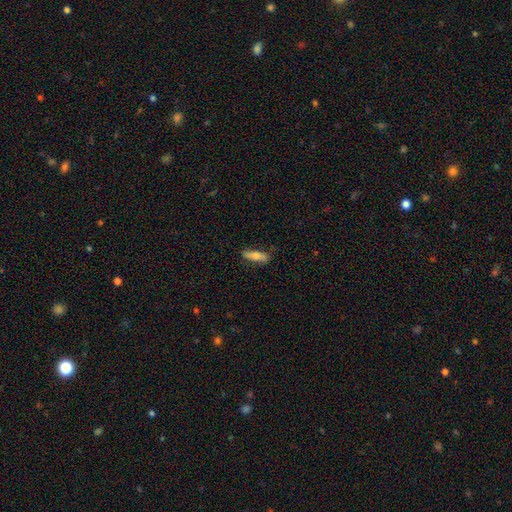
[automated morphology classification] This is likely a smooth galaxy (69%). How rounded: possibly cigar-shaped (58%). Merging: clearly none (81%).